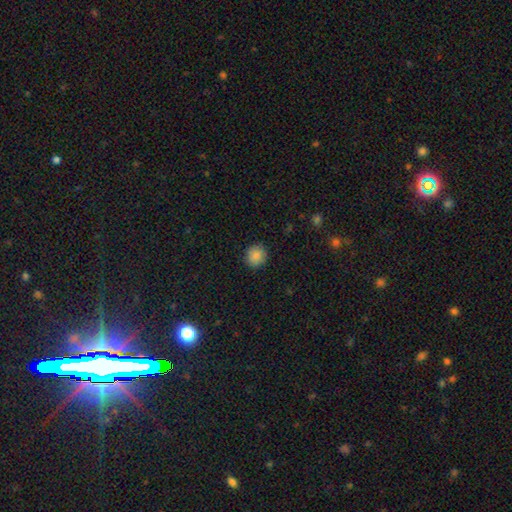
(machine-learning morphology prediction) type=smooth (86%); roundness=round (89%); merging=none (90%).